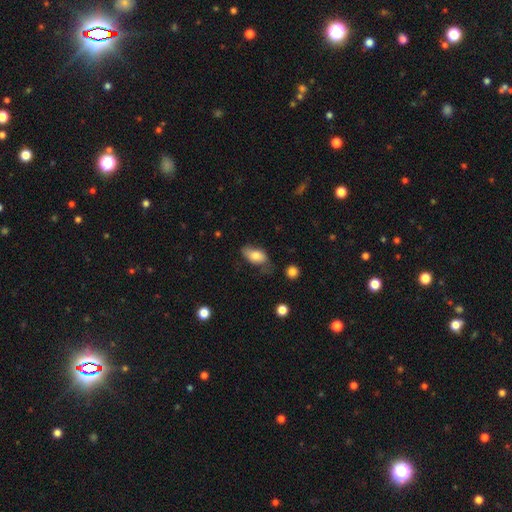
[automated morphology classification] A smooth galaxy with no disk features (76%) that is in between round and cigar-shaped (90%). Merging: none (53%).